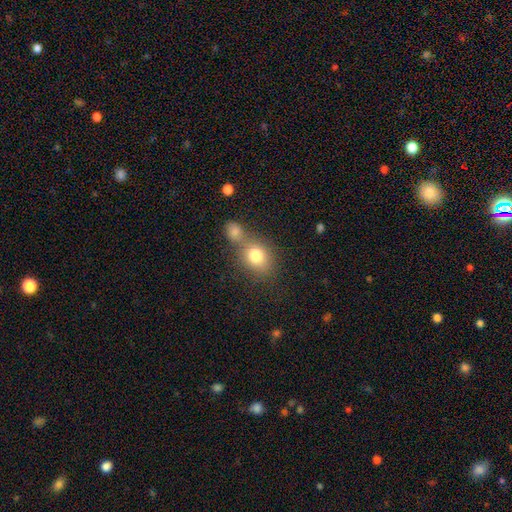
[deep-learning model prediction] This appears to be a smooth galaxy with no disk features (78%) that is round (56%). Merging: merger (45%).